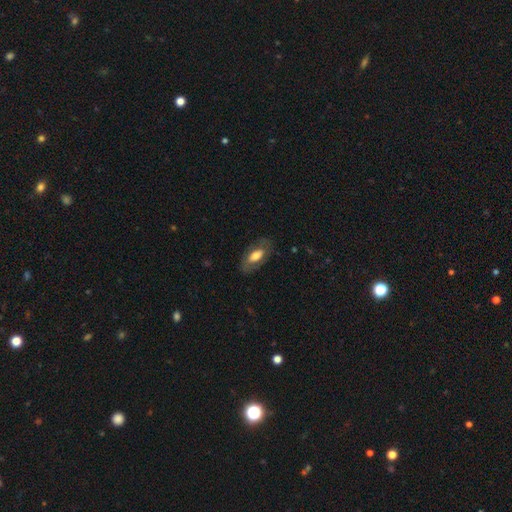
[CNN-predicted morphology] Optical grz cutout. It shows a smooth galaxy with no disk features (59%) that is in between round and cigar-shaped (88%). Merging: none (76%).